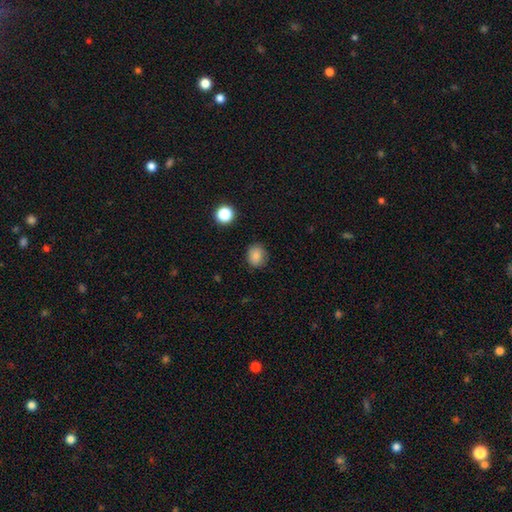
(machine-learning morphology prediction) Smooth or featured?
  - smooth: 82% *
  - star or artifact: 11%
  - featured or disk: 7%
How rounded?
  - round: 66% *
  - in between: 33%
  - cigar-shaped: 1%
Merging?
  - none: 81% *
  - minor disturbance: 14%
  - major disturbance: 3%
  - merger: 1%